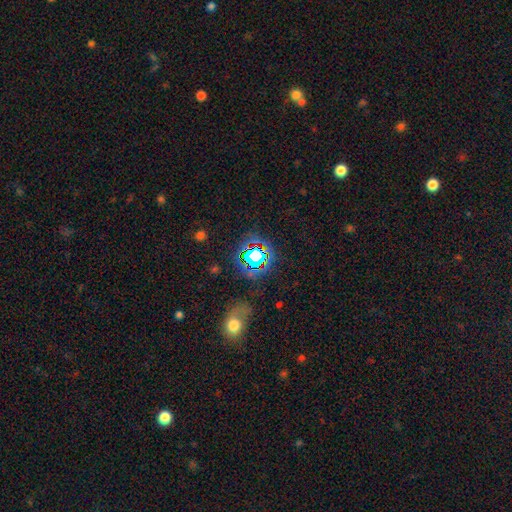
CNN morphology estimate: A star or artifact, not a galaxy (64%).

Vote fractions:
- Smooth or featured? star or artifact: 64% / smooth: 24% / featured or disk: 12%